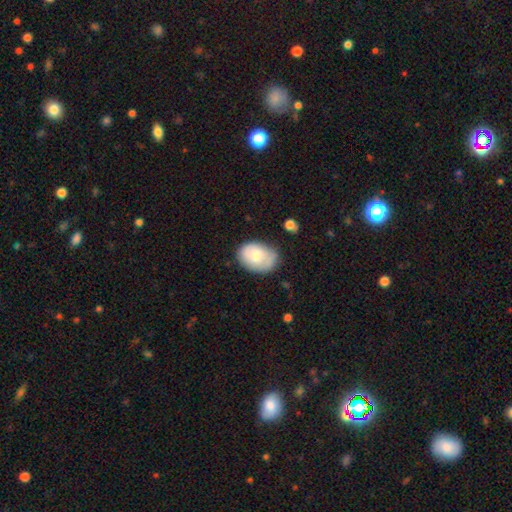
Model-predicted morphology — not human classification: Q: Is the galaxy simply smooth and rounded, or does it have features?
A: smooth — 66%.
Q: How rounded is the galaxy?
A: in between — 77%.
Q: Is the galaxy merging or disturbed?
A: none — 67%.